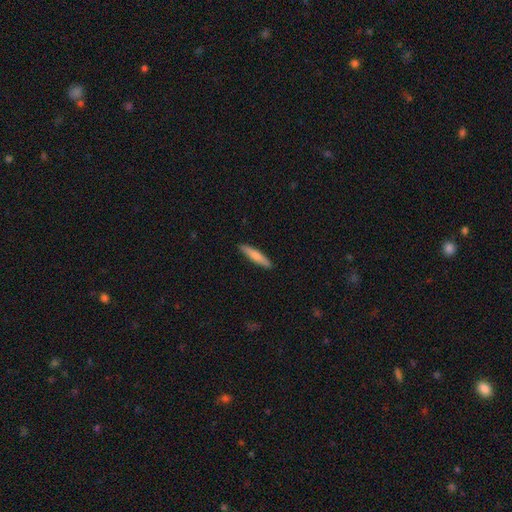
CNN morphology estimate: Overall: smooth (71%). How rounded: cigar-shaped (89%). Merging: none (90%).